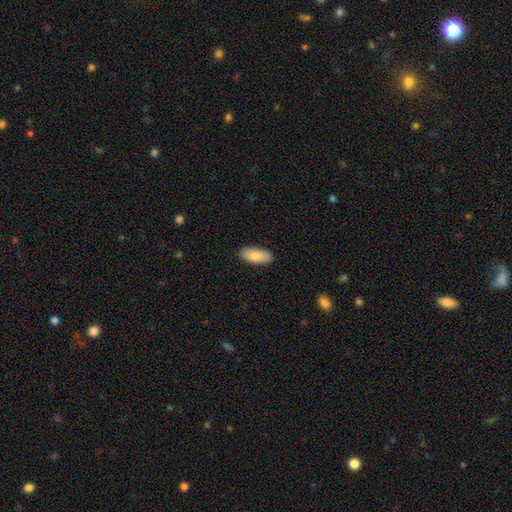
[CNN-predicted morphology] This appears to be a smooth galaxy with no disk features (84%) that is in between round and cigar-shaped (88%). Merging: none (90%).